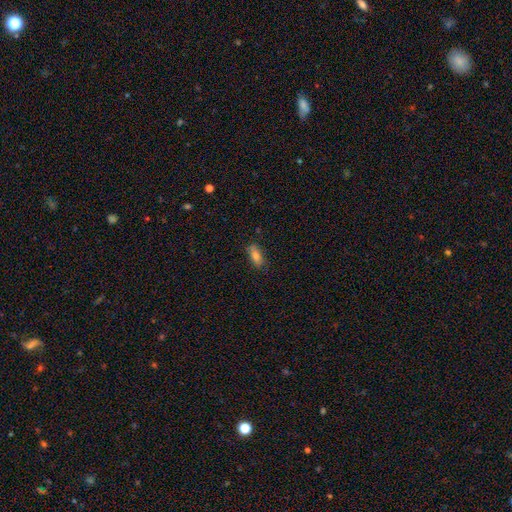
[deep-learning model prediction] A smooth galaxy with no disk features (76%) that is in between round and cigar-shaped (73%). Merging: none (80%).